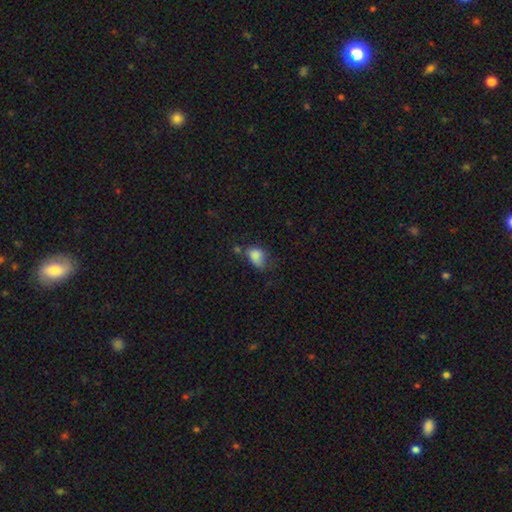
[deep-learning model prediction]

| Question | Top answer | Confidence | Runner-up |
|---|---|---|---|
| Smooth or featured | smooth | 78% | star or artifact (11%) |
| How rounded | in between | 79% | round (19%) |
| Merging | minor disturbance | 34% | none (31%) |